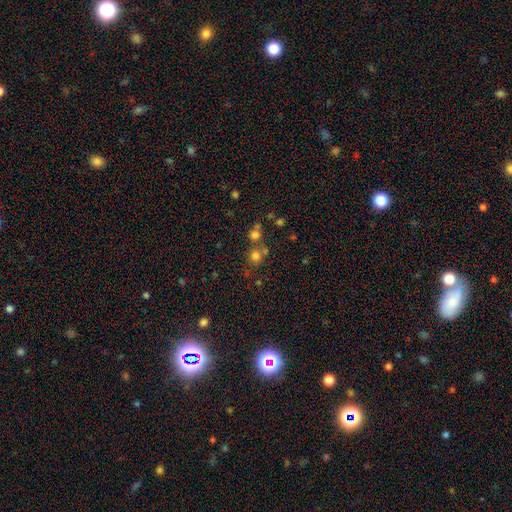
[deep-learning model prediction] Overall: smooth (72%). How rounded: round (88%). Merging: none (58%; merger 31%).